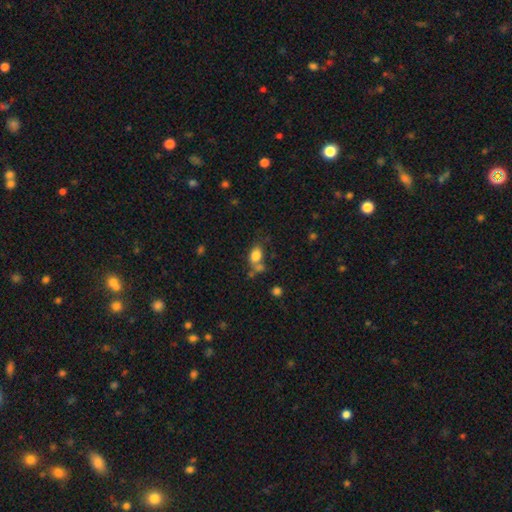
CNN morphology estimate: A smooth galaxy with no disk features (80%) that is in between round and cigar-shaped (80%). Merging: none (50%).